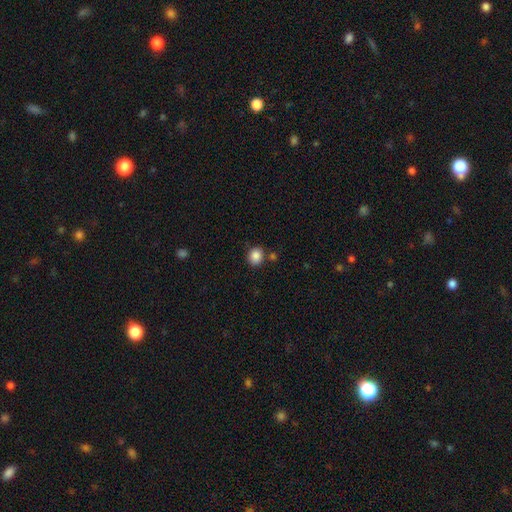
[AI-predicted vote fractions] Smooth or featured?
  - smooth: 86% *
  - star or artifact: 9%
  - featured or disk: 4%
How rounded?
  - round: 75% *
  - in between: 24%
  - cigar-shaped: 1%
Merging?
  - none: 79% *
  - minor disturbance: 10%
  - merger: 8%
  - major disturbance: 3%